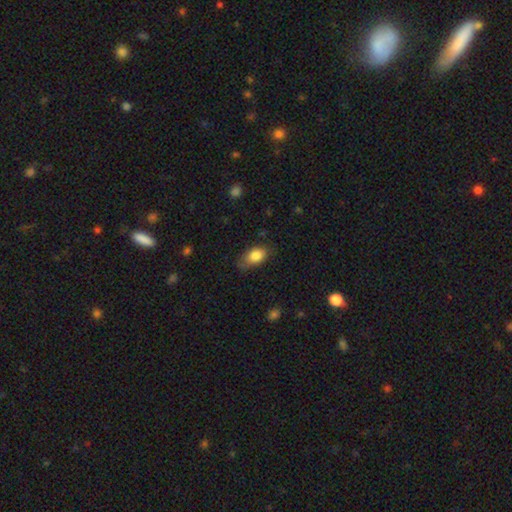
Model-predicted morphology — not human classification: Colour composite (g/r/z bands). It shows a smooth galaxy with no disk features (83%) that is in between round and cigar-shaped (89%). Merging: none (64%).